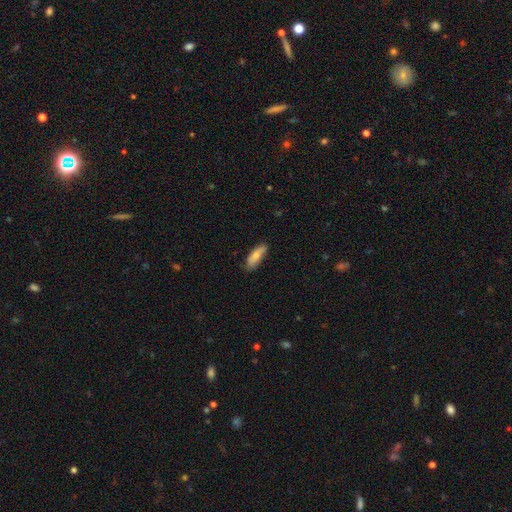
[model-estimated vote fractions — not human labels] Overall: smooth (80%). How rounded: in between (51%; cigar-shaped 47%). Merging: none (73%).